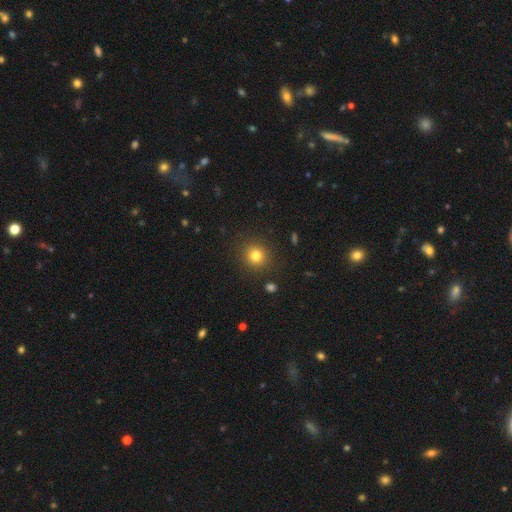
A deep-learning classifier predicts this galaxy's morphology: Smooth or featured? Predicted: smooth (p=0.80). How rounded? Predicted: round (p=0.92). Merging? Predicted: none (p=0.90).